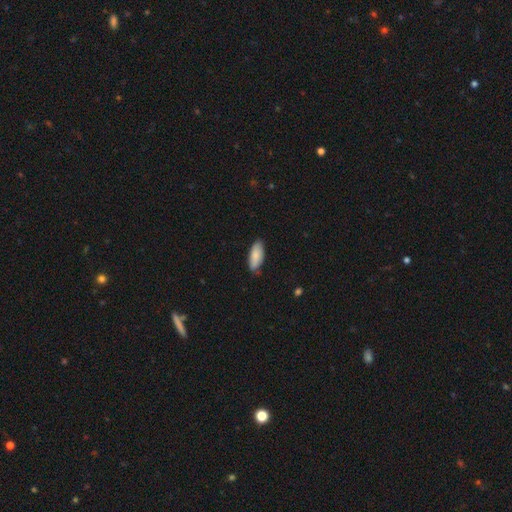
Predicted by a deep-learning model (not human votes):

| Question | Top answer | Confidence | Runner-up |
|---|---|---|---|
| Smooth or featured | smooth | 84% | featured or disk (10%) |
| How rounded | in between | 85% | cigar-shaped (13%) |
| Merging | none | 80% | minor disturbance (17%) |